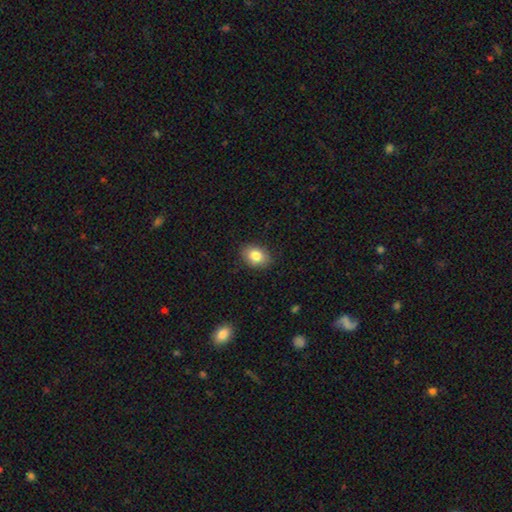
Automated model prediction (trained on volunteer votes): Smooth or featured?
  - smooth: 82% *
  - star or artifact: 9%
  - featured or disk: 9%
How rounded?
  - in between: 71% *
  - round: 28%
  - cigar-shaped: 1%
Merging?
  - none: 87% *
  - minor disturbance: 9%
  - major disturbance: 2%
  - merger: 1%